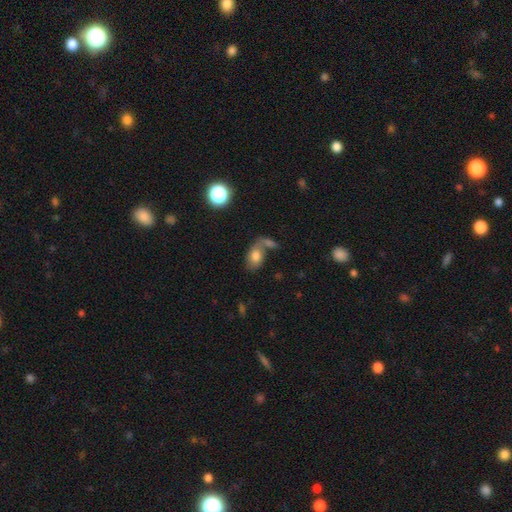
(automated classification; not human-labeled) smooth_or_featured: smooth (p=0.73) [alt: featured or disk p=0.18]
how_rounded: in between (p=0.85) [alt: round p=0.13]
merging: none (p=0.38) [tied with: merger p=0.38]